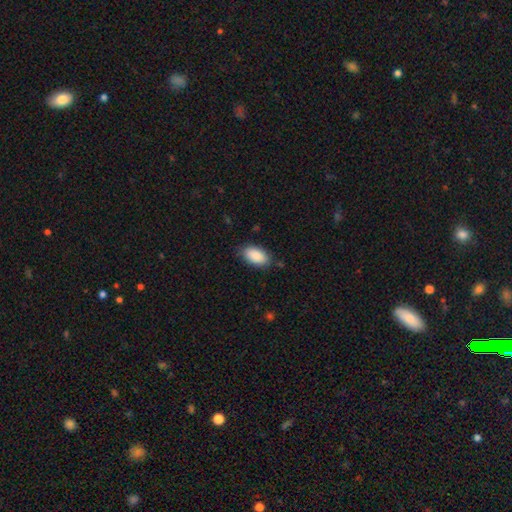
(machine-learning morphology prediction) Smooth or featured: smooth — 90% (star or artifact — 6%)
How rounded: in between — 95% (round — 3%)
Merging: none — 81% (minor disturbance — 15%)